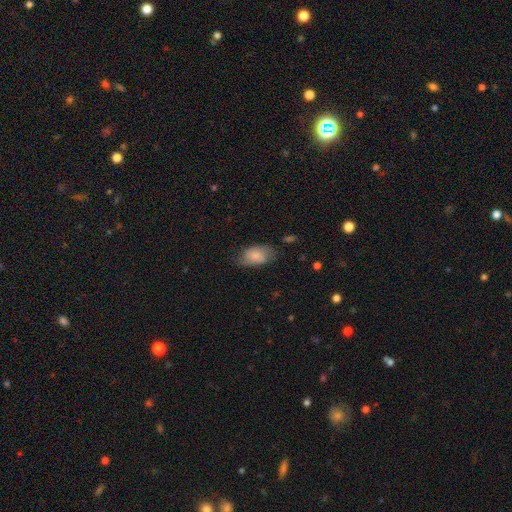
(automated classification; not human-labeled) Overall: smooth (75%). How rounded: in between (91%). Merging: none (65%; minor disturbance 26%).